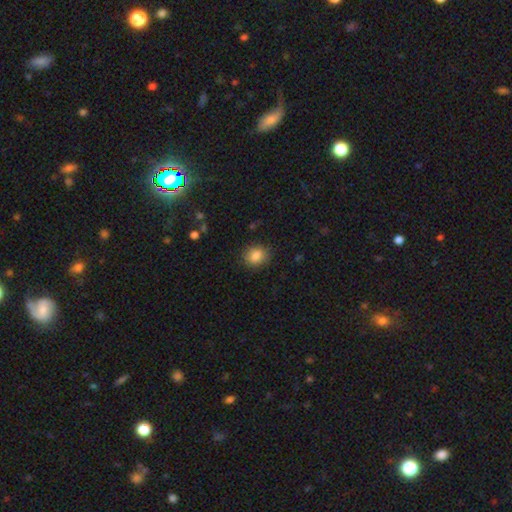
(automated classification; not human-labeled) smooth-or-featured: smooth: 85% | star or artifact: 9% | featured or disk: 5%
  how-rounded: round: 62% | in between: 37% | cigar-shaped: 1%
  merging: none: 84% | minor disturbance: 11% | major disturbance: 3% | merger: 1%